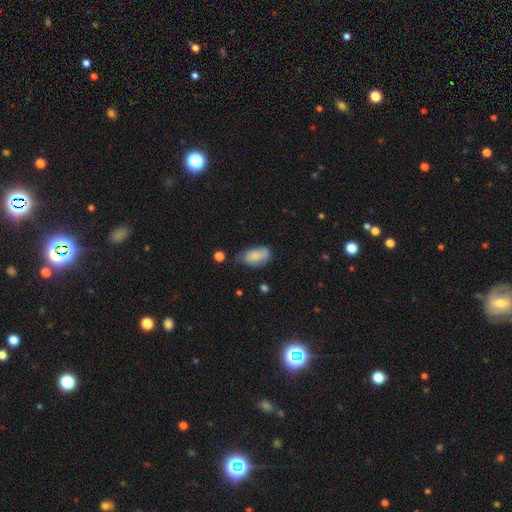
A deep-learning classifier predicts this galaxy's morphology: This appears to be a smooth galaxy with no disk features (81%) that is in between round and cigar-shaped (92%). Merging: none (49%).